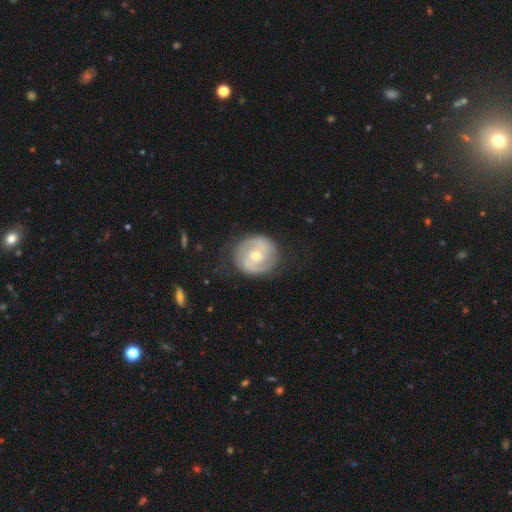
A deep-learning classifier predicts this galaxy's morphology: Smooth or featured: featured or disk — 80% (smooth — 15%)
Edge-on disk: no — 98% (yes — 2%)
Bar: no — 42% (tied with weak — 42%)
Spiral arms: yes — 90% (no — 10%)
Spiral winding: tight — 44% (medium — 42%)
Spiral arm count: 2 — 85% (can't tell — 8%)
Bulge size: moderate — 58% (small — 39%)
Merging: none — 80% (minor disturbance — 14%)